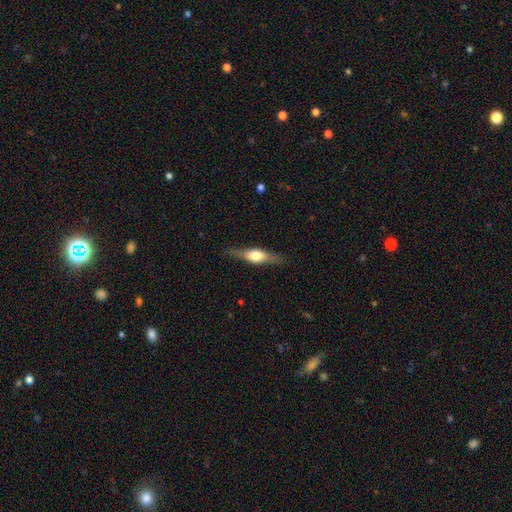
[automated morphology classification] This is possibly a featured or disk galaxy (57%). It is clearly viewed edge-on (92%). Edge-on bulge: clearly rounded (92%). Merging: clearly none (85%).